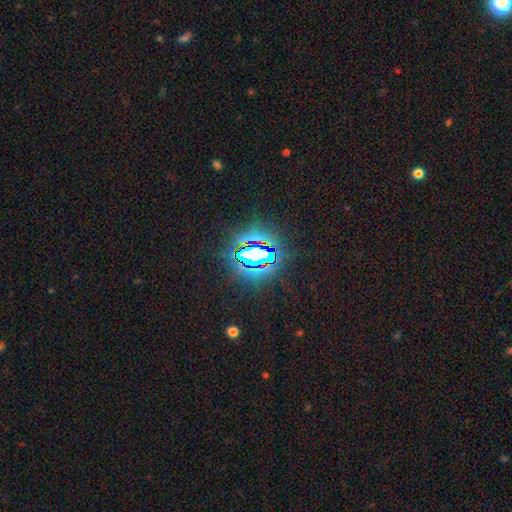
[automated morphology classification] smooth_or_featured: star or artifact (p=0.76) [alt: smooth p=0.13]